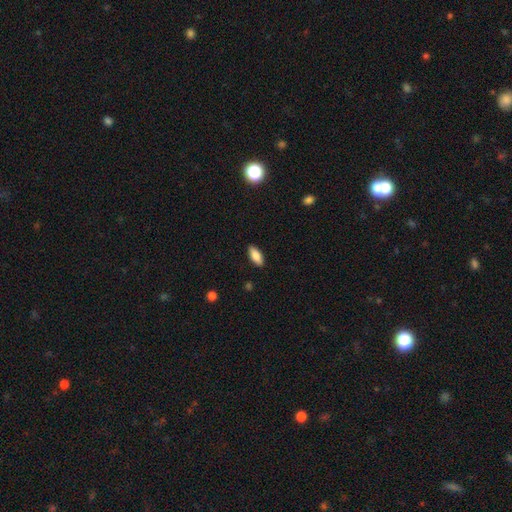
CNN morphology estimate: Smooth or featured? smooth (84%)
How rounded? in between (84%)
Merging? none (89%)